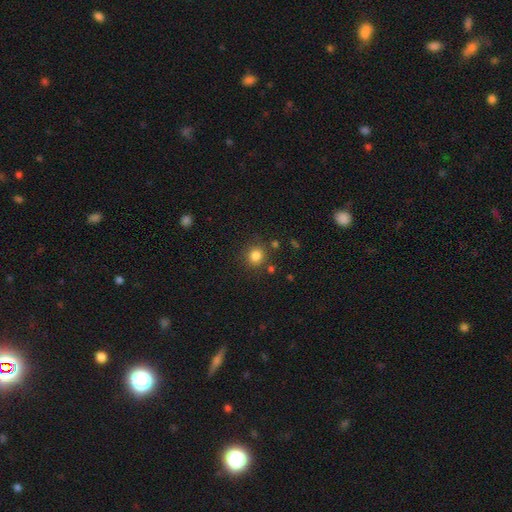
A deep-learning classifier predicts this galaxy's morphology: smooth-or-featured: smooth: 82% | star or artifact: 13% | featured or disk: 5%
  how-rounded: round: 89% | in between: 10% | cigar-shaped: 1%
  merging: none: 84% | minor disturbance: 8% | merger: 4% | major disturbance: 3%